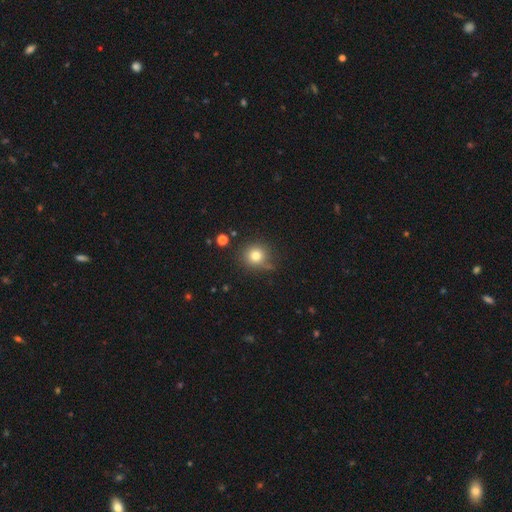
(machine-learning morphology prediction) Overall: smooth (79%). How rounded: round (90%). Merging: none (74%).